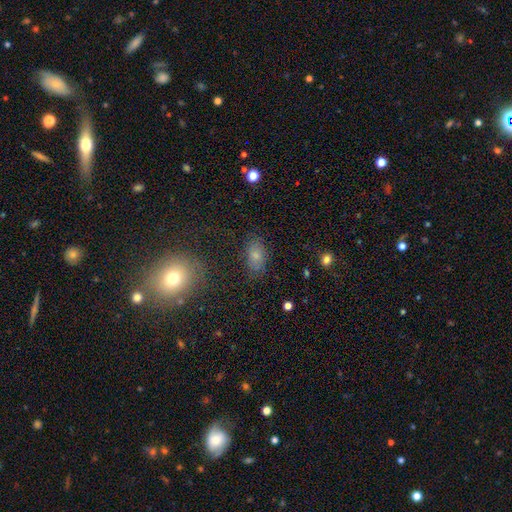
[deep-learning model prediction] This appears to be a smooth galaxy with no disk features (71%) that is in between round and cigar-shaped (88%). Merging: none (79%).